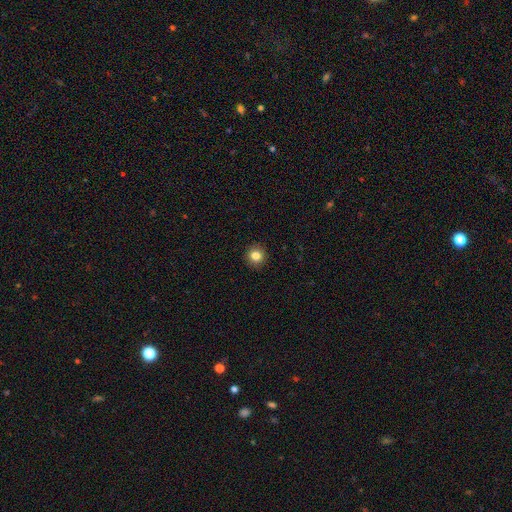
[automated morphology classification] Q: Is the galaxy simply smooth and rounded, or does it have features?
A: smooth — 83%.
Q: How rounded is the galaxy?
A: round — 92%.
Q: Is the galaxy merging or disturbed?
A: none — 92%.